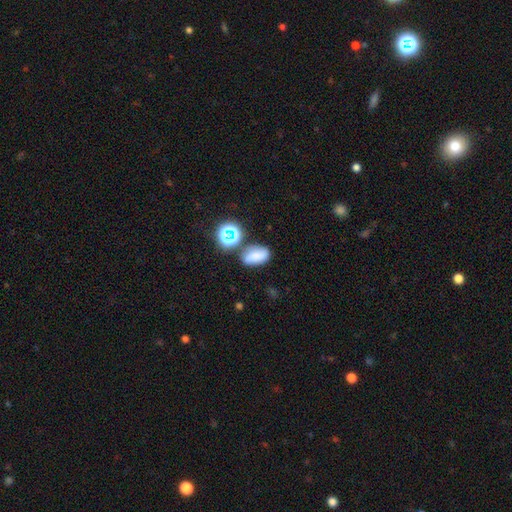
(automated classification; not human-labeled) smooth_or_featured: smooth (p=0.68) [alt: star or artifact p=0.18]
how_rounded: in between (p=0.78) [alt: round p=0.19]
merging: none (p=0.63) [alt: minor disturbance p=0.19]